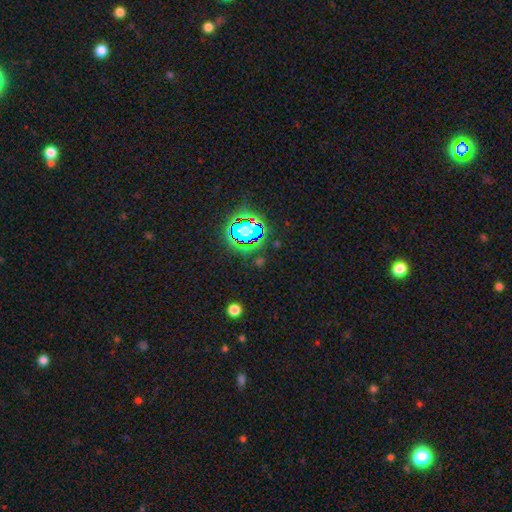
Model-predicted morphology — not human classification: star or artifact 81%, smooth 12%, featured or disk 7%.